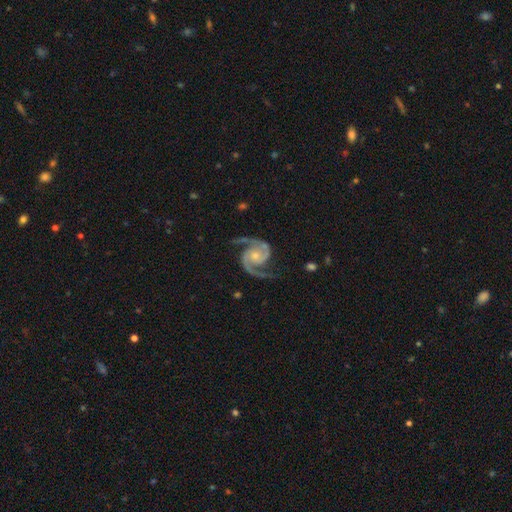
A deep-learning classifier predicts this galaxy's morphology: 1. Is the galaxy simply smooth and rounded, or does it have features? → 94% featured or disk, 4% star or artifact, 2% smooth.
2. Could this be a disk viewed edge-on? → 98% no, 2% yes.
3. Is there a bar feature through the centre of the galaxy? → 70% no, 23% weak, 7% strong.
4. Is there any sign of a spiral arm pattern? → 99% yes, 1% no.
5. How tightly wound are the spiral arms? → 62% medium, 22% tight, 16% loose.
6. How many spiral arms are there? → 94% 2, 1% 3, 1% can't tell, 1% 1, 1% 4, 1% more than 4.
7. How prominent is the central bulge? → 50% small, 40% moderate, 6% none, 3% large, 1% dominant.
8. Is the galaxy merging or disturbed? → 79% none, 14% minor disturbance, 6% major disturbance, 2% merger.